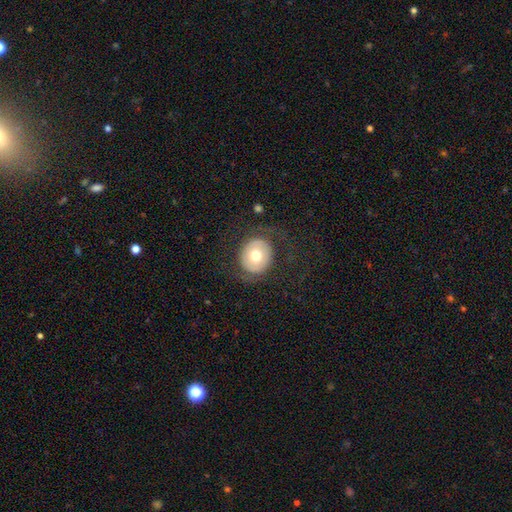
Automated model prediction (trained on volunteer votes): Smooth or featured?
  - smooth: 57% *
  - featured or disk: 35%
  - star or artifact: 7%
How rounded?
  - round: 77% *
  - in between: 23%
  - cigar-shaped: 1%
Merging?
  - none: 76% *
  - minor disturbance: 12%
  - major disturbance: 11%
  - merger: 1%